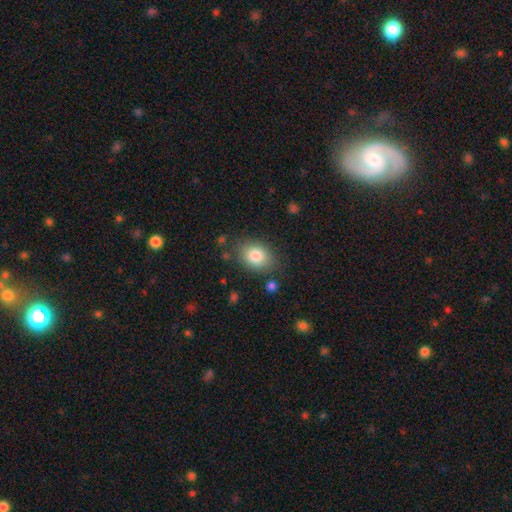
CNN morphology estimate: This appears to be a smooth galaxy with no disk features (83%) that is in between round and cigar-shaped (68%). Merging: none (78%).